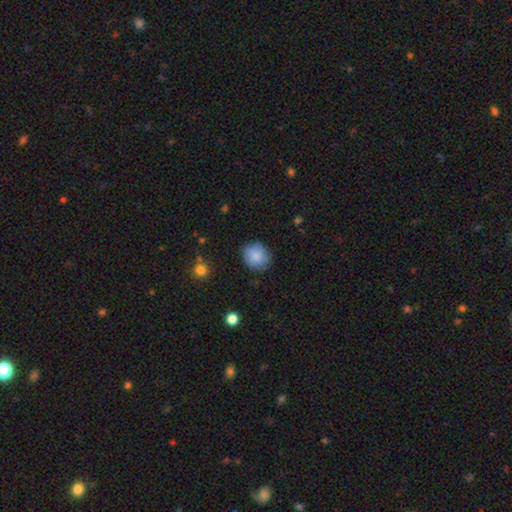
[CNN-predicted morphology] A smooth galaxy with no disk features (80%) that is round (77%). Merging: none (76%).